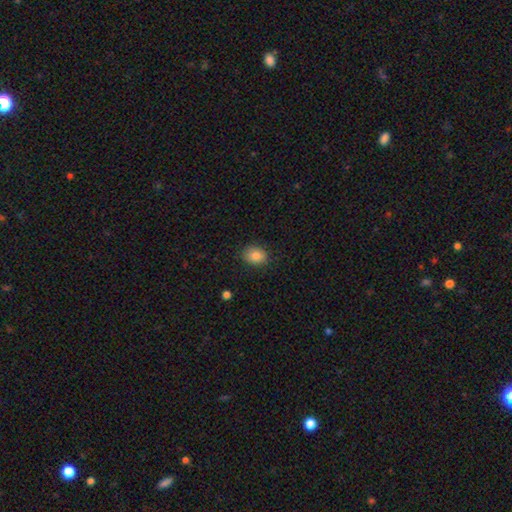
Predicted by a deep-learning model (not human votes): Smooth or featured?
  - smooth: 86% *
  - star or artifact: 9%
  - featured or disk: 5%
How rounded?
  - in between: 57% *
  - round: 42%
  - cigar-shaped: 1%
Merging?
  - none: 86% *
  - minor disturbance: 11%
  - major disturbance: 3%
  - merger: 1%